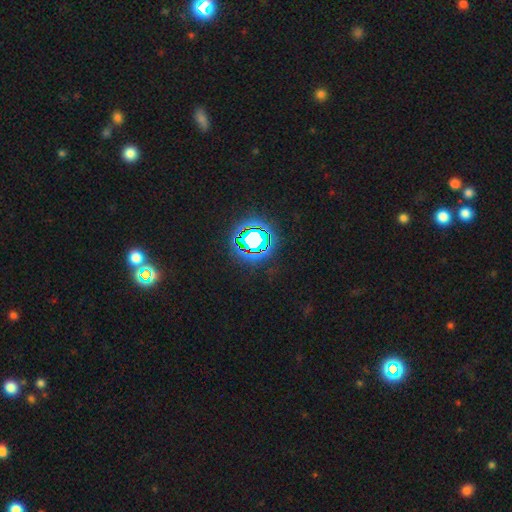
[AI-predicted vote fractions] smooth_or_featured: star or artifact (p=0.81) [alt: smooth p=0.12]